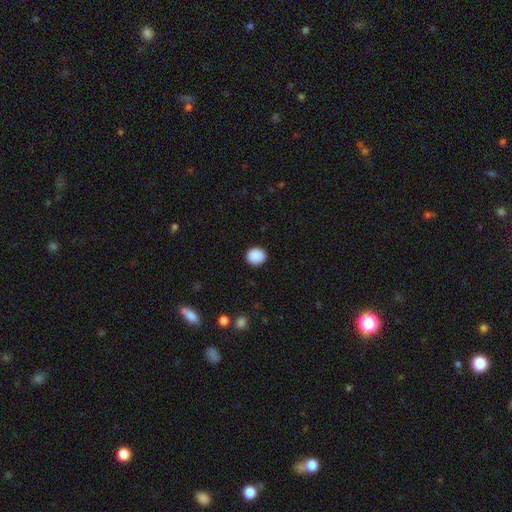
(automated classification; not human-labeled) smooth-or-featured: smooth: 90% | star or artifact: 7% | featured or disk: 2%
  how-rounded: round: 83% | in between: 16% | cigar-shaped: 1%
  merging: none: 91% | minor disturbance: 6% | major disturbance: 2% | merger: 1%